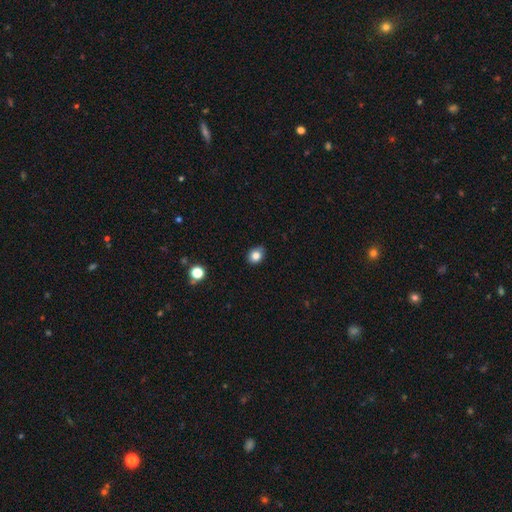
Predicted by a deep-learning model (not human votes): smooth-or-featured: smooth: 83% | star or artifact: 11% | featured or disk: 6%
  how-rounded: round: 52% | in between: 47% | cigar-shaped: 1%
  merging: none: 79% | minor disturbance: 17% | major disturbance: 3% | merger: 1%